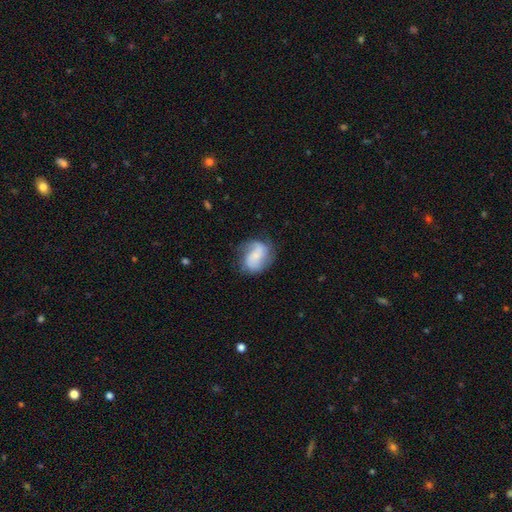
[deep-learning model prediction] Smooth or featured? Predicted: featured or disk (p=0.59). Edge-on disk? Predicted: no (p=0.98). Bar? Predicted: no (p=0.57). Spiral arms? Predicted: yes (p=0.89). Spiral winding? Predicted: medium (p=0.44). Spiral arm count? Predicted: 2 (p=0.64). Bulge size? Predicted: small (p=0.51). Merging? Predicted: none (p=0.61).